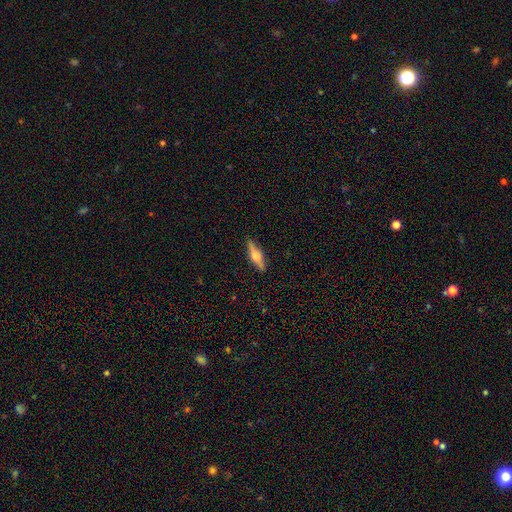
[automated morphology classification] A featured or disk galaxy (64%) viewed edge-on (96%) with a rounded central bulge (93%). Merging: none (90%).